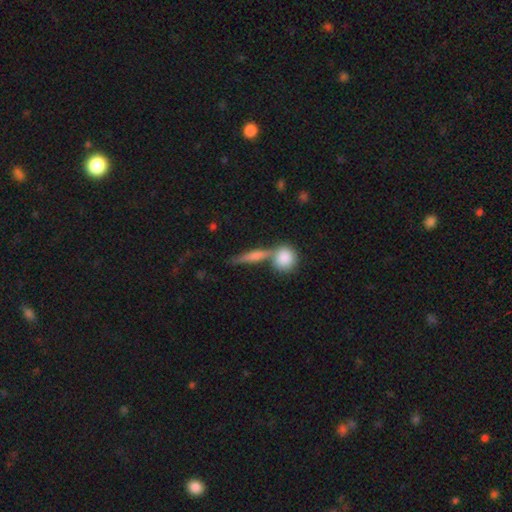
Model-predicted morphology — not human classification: smooth 63%, featured or disk 29%, star or artifact 9%. Down the decision tree: how rounded — cigar-shaped (54%); merging — none (51%).